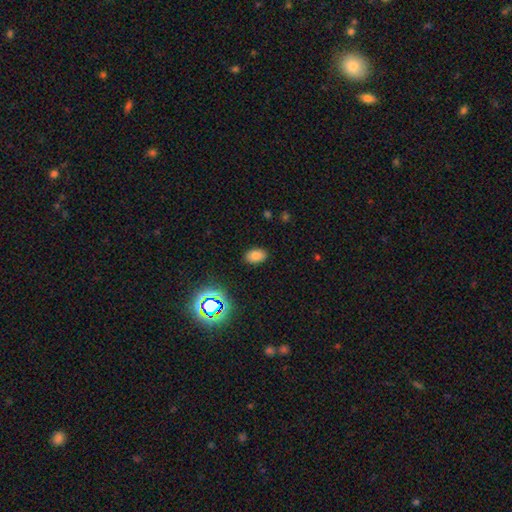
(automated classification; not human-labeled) smooth-or-featured: smooth: 77% | star or artifact: 17% | featured or disk: 6%
  how-rounded: in between: 86% | round: 12% | cigar-shaped: 1%
  merging: none: 87% | minor disturbance: 9% | major disturbance: 3% | merger: 1%